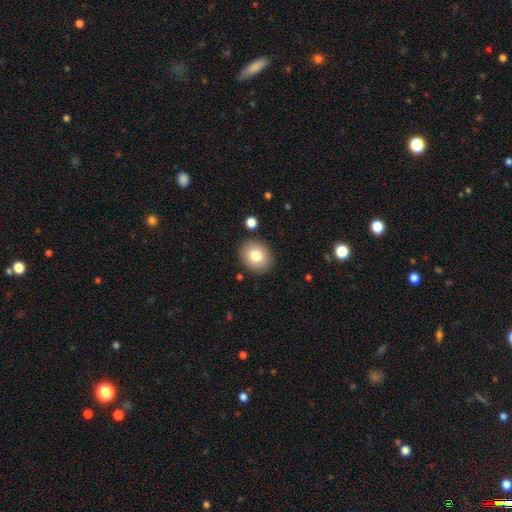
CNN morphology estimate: Smooth or featured? Predicted: smooth (p=0.81). How rounded? Predicted: round (p=0.64). Merging? Predicted: none (p=0.87).